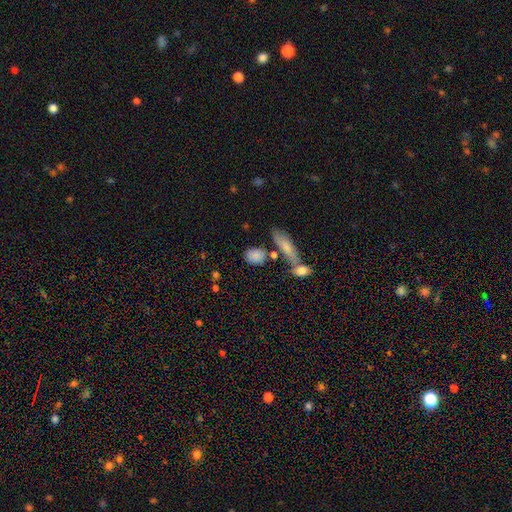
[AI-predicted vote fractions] Smooth or featured? smooth (82%)
How rounded? in between (54%)
Merging? none (65%)